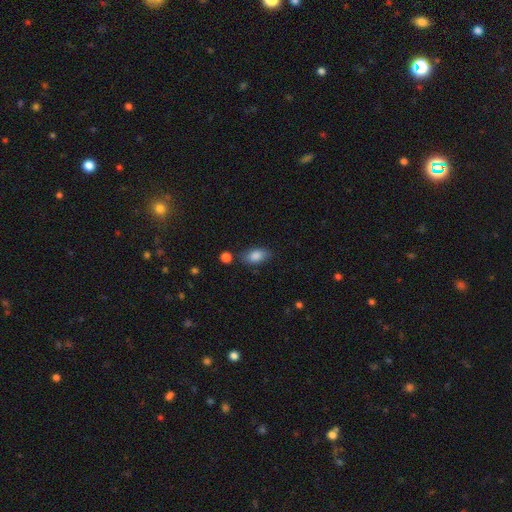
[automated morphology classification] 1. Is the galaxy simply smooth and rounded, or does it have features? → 85% smooth, 8% star or artifact, 7% featured or disk.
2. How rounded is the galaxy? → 90% in between, 6% round, 4% cigar-shaped.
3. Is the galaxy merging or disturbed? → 75% none, 16% minor disturbance, 5% merger, 4% major disturbance.